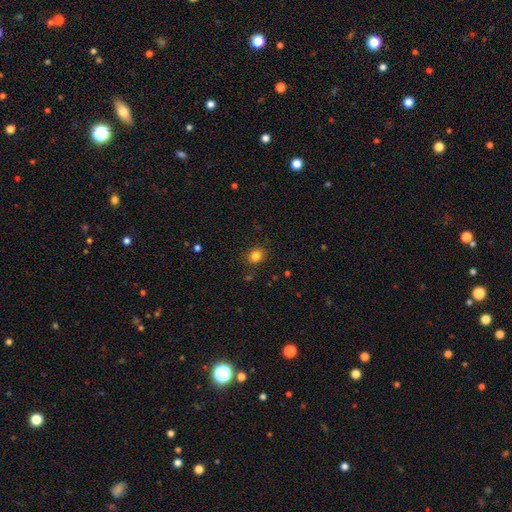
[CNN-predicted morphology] smooth-or-featured: smooth: 83% | star or artifact: 12% | featured or disk: 5%
  how-rounded: round: 64% | in between: 35% | cigar-shaped: 1%
  merging: none: 85% | minor disturbance: 10% | major disturbance: 3% | merger: 2%